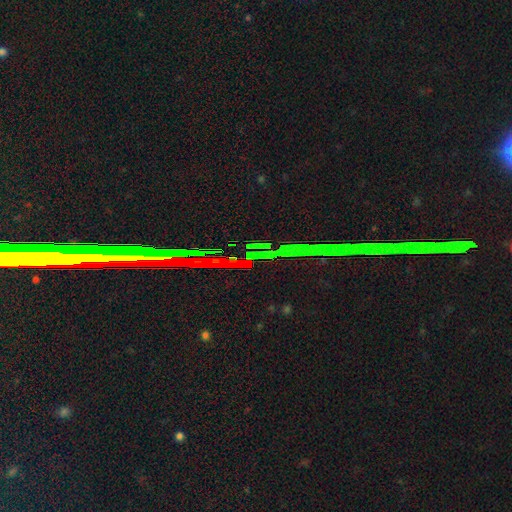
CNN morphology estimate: star or artifact 81%, featured or disk 11%, smooth 7%.